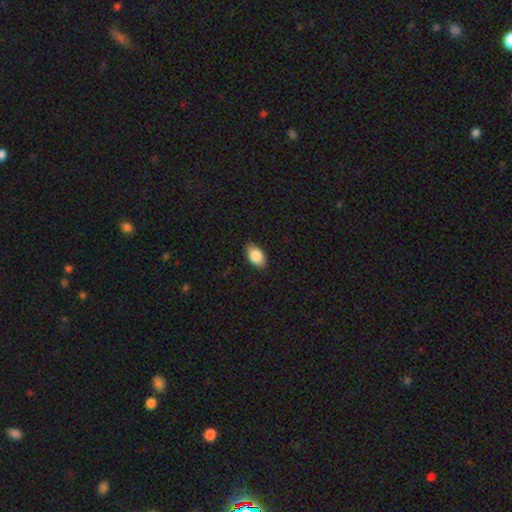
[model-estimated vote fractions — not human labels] Smooth or featured? smooth (87%)
How rounded? in between (93%)
Merging? none (87%)